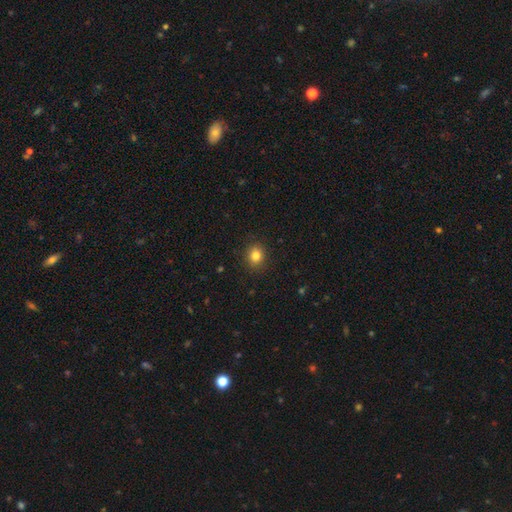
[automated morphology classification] Overall: smooth (82%). How rounded: round (75%). Merging: none (90%).